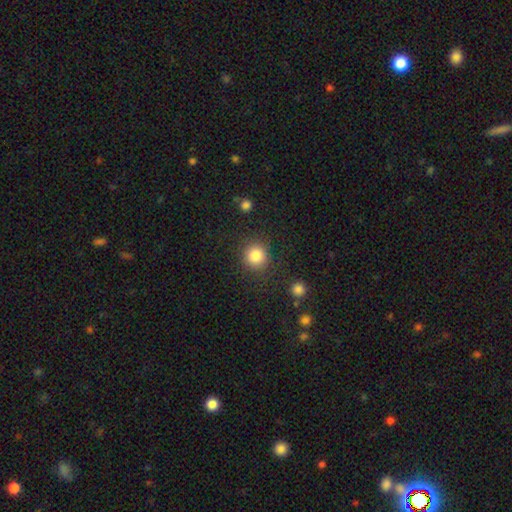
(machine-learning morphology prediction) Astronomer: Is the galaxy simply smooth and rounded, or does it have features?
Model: smooth — 85%.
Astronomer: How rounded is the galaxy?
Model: round — 91%.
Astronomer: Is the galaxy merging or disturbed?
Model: none — 85%.